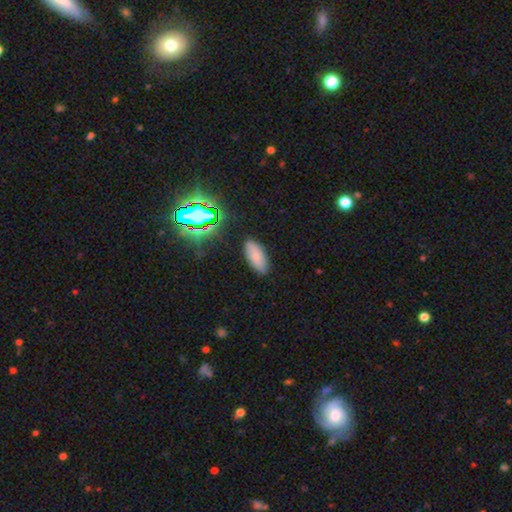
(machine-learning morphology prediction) Smooth or featured? Predicted: smooth (p=0.74). How rounded? Predicted: in between (p=0.86). Merging? Predicted: none (p=0.86).